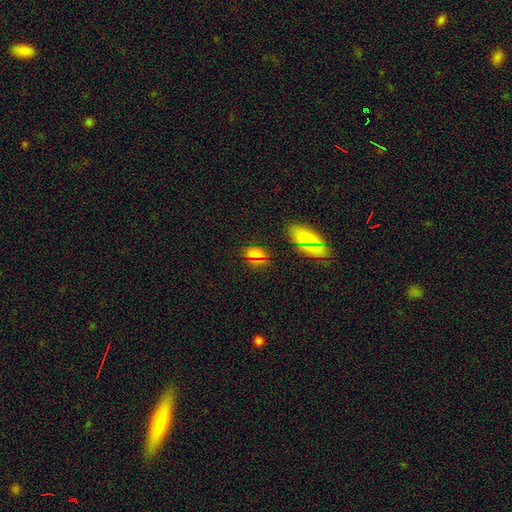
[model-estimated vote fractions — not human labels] smooth 69%, star or artifact 23%, featured or disk 7%. Down the decision tree: how rounded — in between (72%); merging — none (84%).